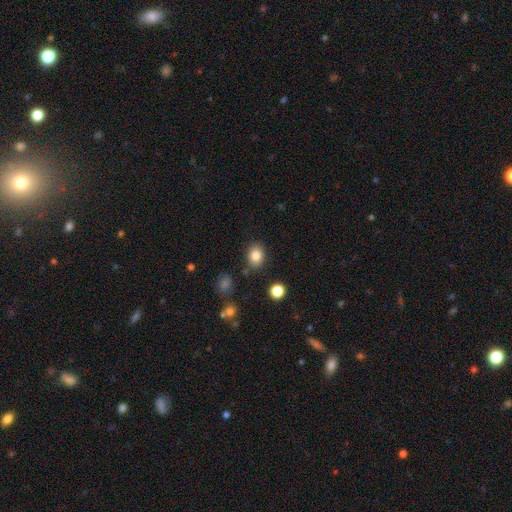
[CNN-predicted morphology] Smooth or featured? Predicted: smooth (p=0.84). How rounded? Predicted: in between (p=0.55). Merging? Predicted: none (p=0.83).